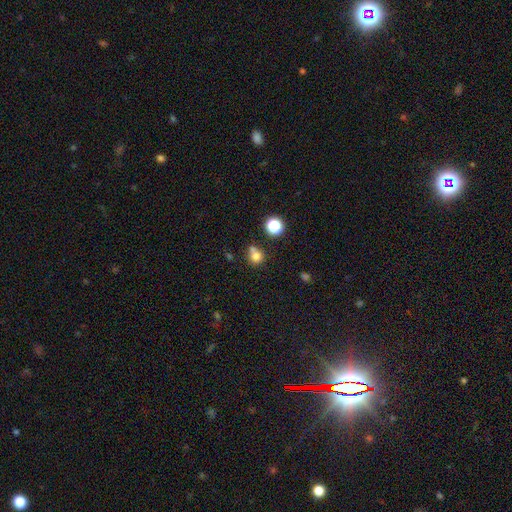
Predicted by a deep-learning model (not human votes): The model was most divided on "merging": none: 54%, merger: 27%, minor disturbance: 13%, major disturbance: 5%. More confident: how rounded — round (83%); smooth or featured — smooth (77%).